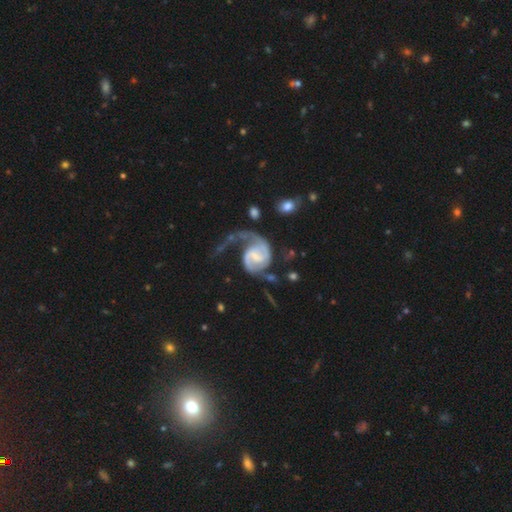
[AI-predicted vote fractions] This is clearly a featured or disk galaxy (88%). It is clearly not viewed edge-on (98%). Bar: possibly weak (51%). Spiral arm pattern: clearly yes (96%). Spiral arm count: likely 2 (71%). Spiral winding: marginally medium (44%). Central bulge: marginally small (45%). Merging: possibly major disturbance (45%).